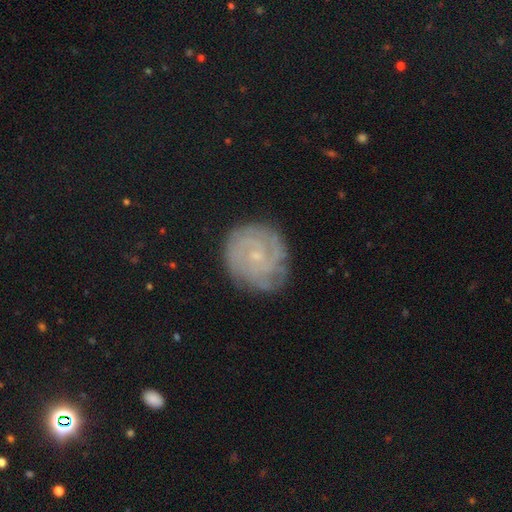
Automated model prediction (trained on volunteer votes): Smooth or featured? Predicted: featured or disk (p=0.76). Edge-on disk? Predicted: no (p=0.98). Bar? Predicted: no (p=0.74). Spiral arms? Predicted: yes (p=0.93). Spiral winding? Predicted: tight (p=0.75). Spiral arm count? Predicted: can't tell (p=0.36). Bulge size? Predicted: small (p=0.82). Merging? Predicted: none (p=0.79).